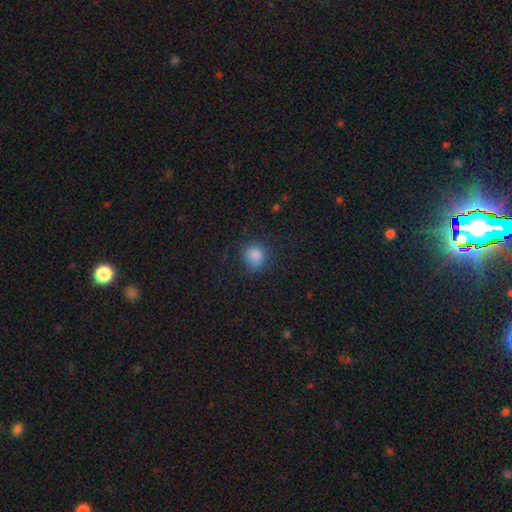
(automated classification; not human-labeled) Q: Smooth or featured?
A: smooth (84%); runner-up: star or artifact (11%)
Q: How rounded?
A: round (80%); runner-up: in between (19%)
Q: Merging?
A: none (78%); runner-up: minor disturbance (15%)